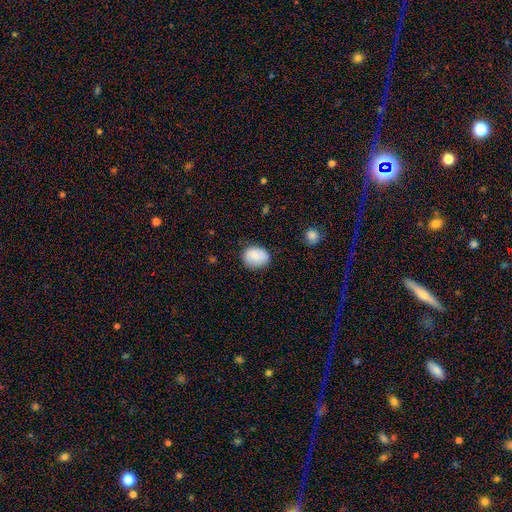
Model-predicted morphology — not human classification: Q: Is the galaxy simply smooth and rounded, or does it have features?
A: smooth — 82%.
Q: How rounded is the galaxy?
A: in between — 52%.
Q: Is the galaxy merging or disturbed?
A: none — 73%.